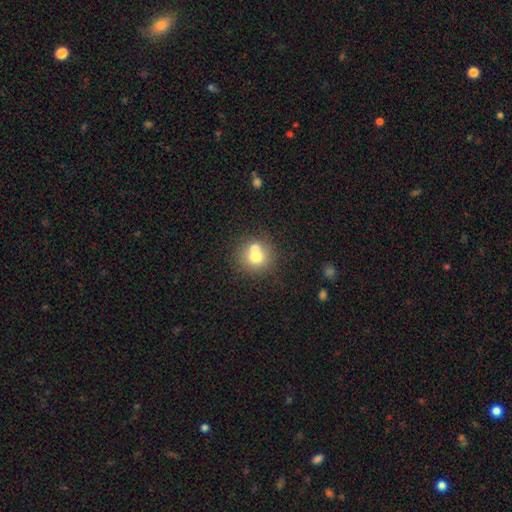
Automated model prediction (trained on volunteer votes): Q: Smooth or featured?
A: smooth (70%); runner-up: featured or disk (19%)
Q: How rounded?
A: round (88%); runner-up: in between (11%)
Q: Merging?
A: none (49%); runner-up: merger (39%)